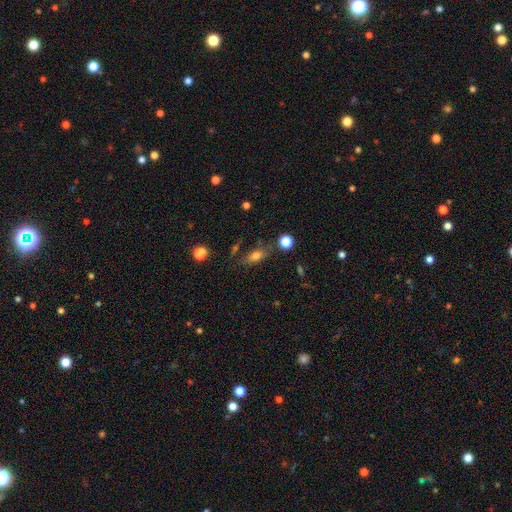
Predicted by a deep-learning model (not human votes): A smooth galaxy with no disk features (72%) that is in between round and cigar-shaped (75%).

Vote fractions:
- Smooth or featured? smooth: 72% / featured or disk: 17% / star or artifact: 11%
- How rounded? in between: 75% / cigar-shaped: 16% / round: 9%
- Merging? none: 67% / minor disturbance: 18% / merger: 7% / major disturbance: 7%